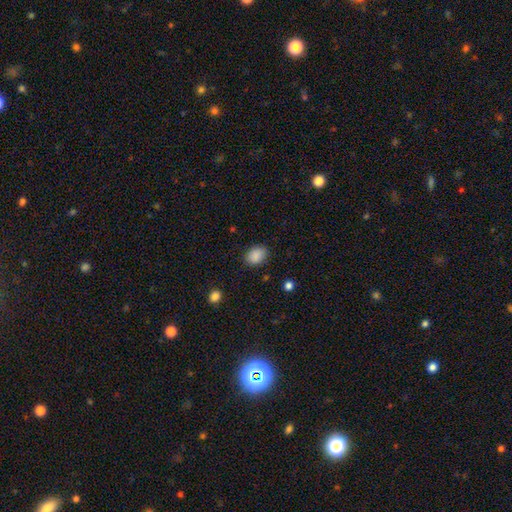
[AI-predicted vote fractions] smooth-or-featured: smooth: 88% | star or artifact: 8% | featured or disk: 3%
  how-rounded: in between: 66% | round: 33% | cigar-shaped: 1%
  merging: none: 84% | minor disturbance: 12% | major disturbance: 3% | merger: 1%